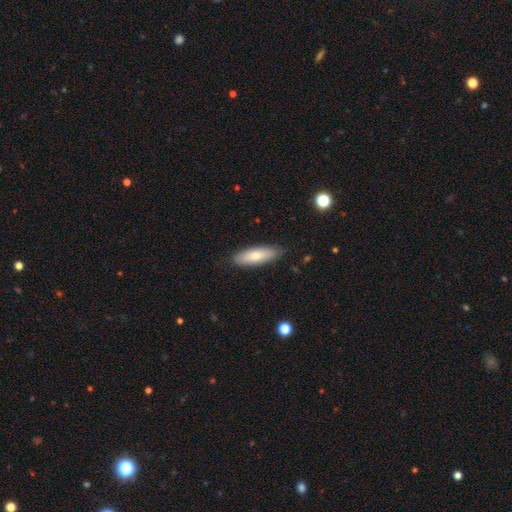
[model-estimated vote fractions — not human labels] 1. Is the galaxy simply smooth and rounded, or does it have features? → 74% smooth, 20% featured or disk, 6% star or artifact.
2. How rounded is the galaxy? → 57% in between, 41% cigar-shaped, 2% round.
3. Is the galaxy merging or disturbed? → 86% none, 11% minor disturbance, 2% major disturbance, 1% merger.